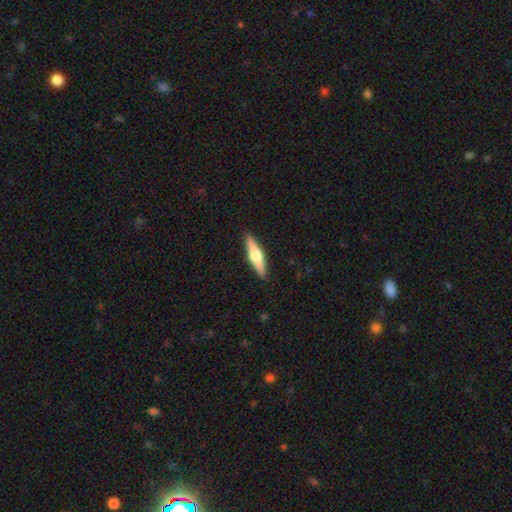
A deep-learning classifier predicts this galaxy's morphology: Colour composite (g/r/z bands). It shows a featured or disk galaxy (58%) viewed edge-on (96%) with a rounded central bulge (94%). Merging: none (91%).